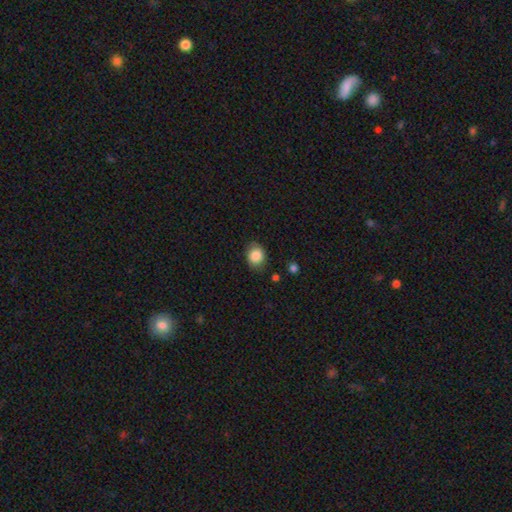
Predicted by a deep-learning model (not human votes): Q: Smooth or featured?
A: smooth (86%); runner-up: star or artifact (9%)
Q: How rounded?
A: round (55%); runner-up: in between (44%)
Q: Merging?
A: none (81%); runner-up: minor disturbance (14%)